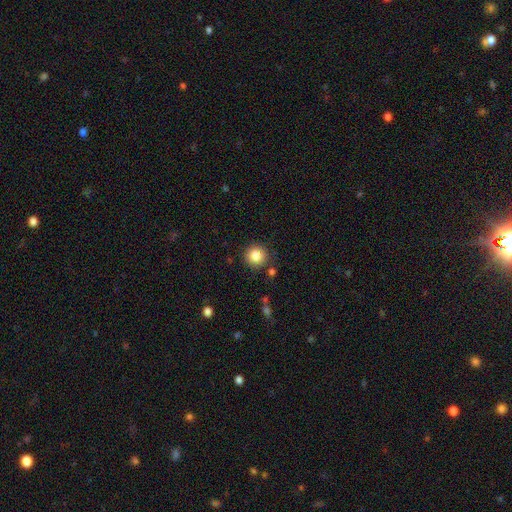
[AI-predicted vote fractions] Smooth or featured: smooth — 85% (star or artifact — 10%)
How rounded: round — 93% (in between — 6%)
Merging: none — 86% (minor disturbance — 8%)